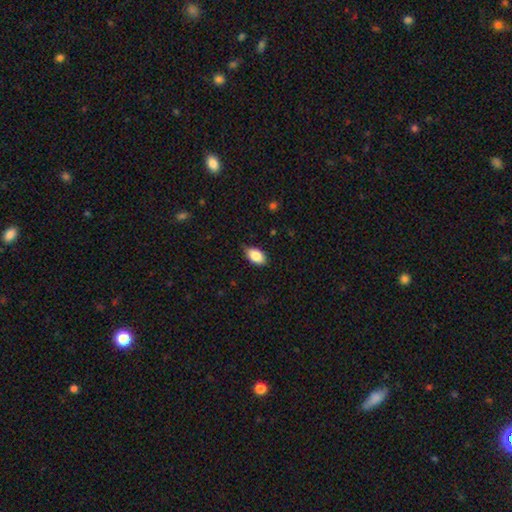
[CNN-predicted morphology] Smooth or featured? Predicted: smooth (p=0.85). How rounded? Predicted: in between (p=0.92). Merging? Predicted: none (p=0.75).